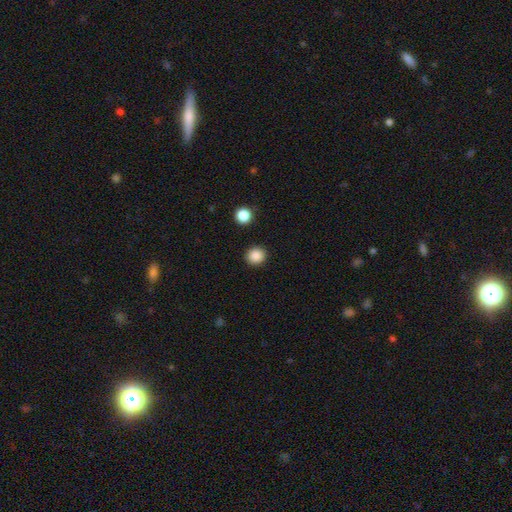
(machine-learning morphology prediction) smooth-or-featured: smooth: 87% | star or artifact: 10% | featured or disk: 3%
  how-rounded: round: 87% | in between: 12% | cigar-shaped: 1%
  merging: none: 91% | minor disturbance: 5% | major disturbance: 2% | merger: 1%